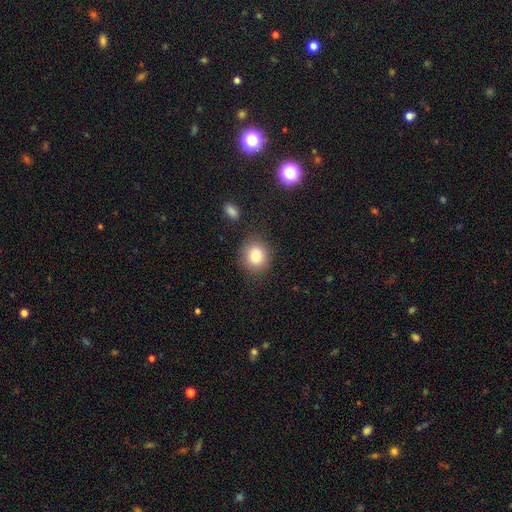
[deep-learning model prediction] Morphology: type=smooth (81%); roundness=round (79%); merging=none (84%).